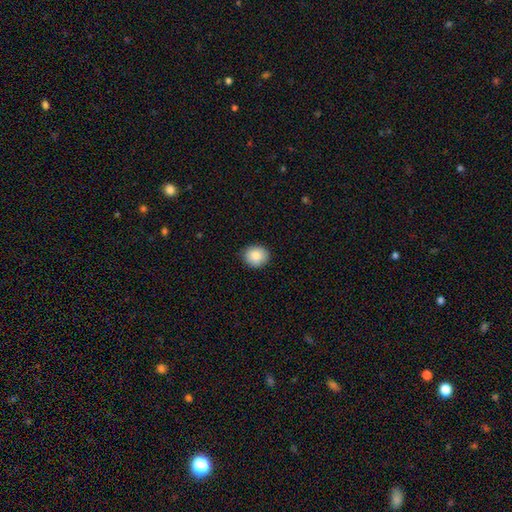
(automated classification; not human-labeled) A smooth galaxy with no disk features (86%) that is round (78%).

Vote fractions:
- Smooth or featured? smooth: 86% / star or artifact: 8% / featured or disk: 6%
- How rounded? round: 78% / in between: 21% / cigar-shaped: 1%
- Merging? none: 89% / minor disturbance: 9% / major disturbance: 2% / merger: 1%